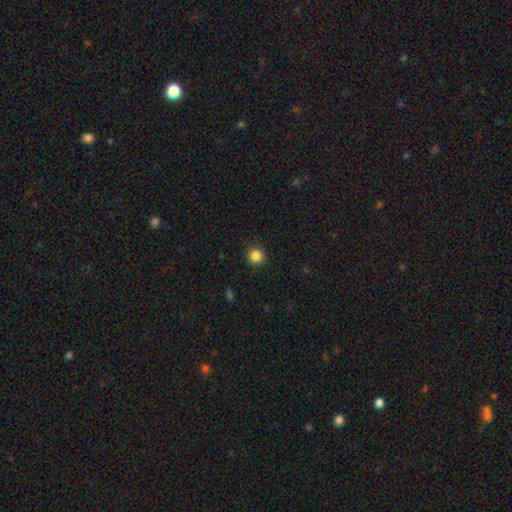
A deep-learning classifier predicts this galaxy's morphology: Overall: smooth (85%). How rounded: round (94%). Merging: none (92%).